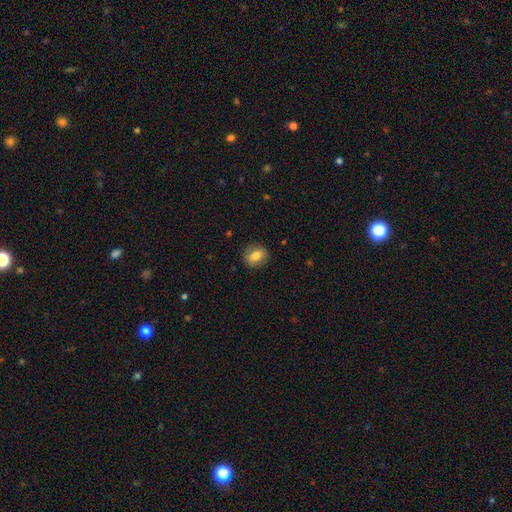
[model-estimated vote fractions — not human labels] smooth 79%, featured or disk 13%, star or artifact 8%. Down the decision tree: how rounded — in between (50%); merging — none (85%).